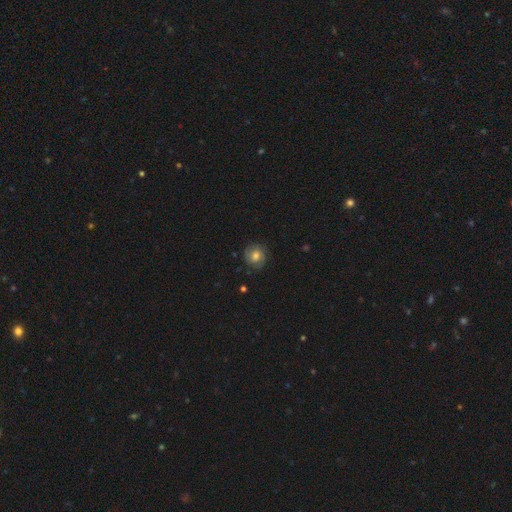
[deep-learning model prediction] Smooth or featured: smooth — 56% (featured or disk — 34%)
How rounded: round — 87% (in between — 12%)
Merging: none — 81% (minor disturbance — 14%)